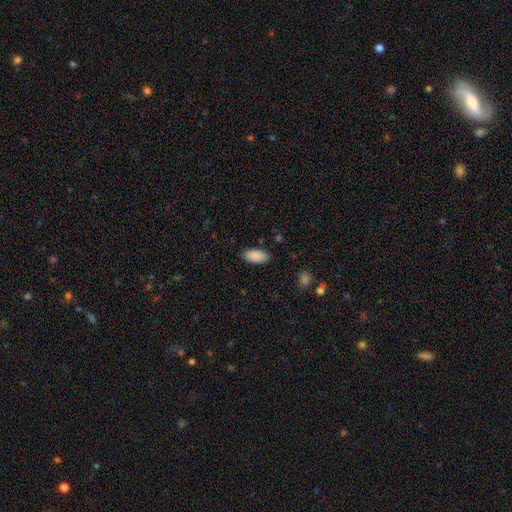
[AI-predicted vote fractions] smooth 90%, star or artifact 6%, featured or disk 4%. Down the decision tree: how rounded — in between (92%); merging — none (87%).